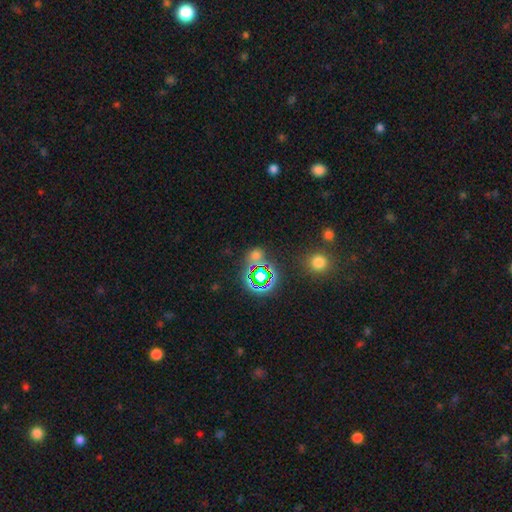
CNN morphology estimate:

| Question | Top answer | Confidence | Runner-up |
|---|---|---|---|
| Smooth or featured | star or artifact | 51% | smooth (40%) |